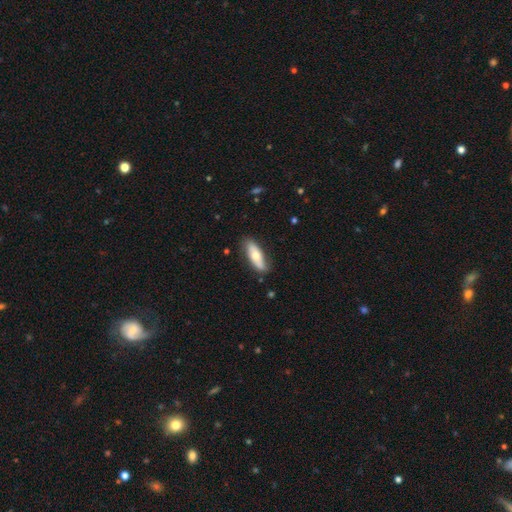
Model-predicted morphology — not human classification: Q: Smooth or featured?
A: smooth (60%); runner-up: featured or disk (34%)
Q: How rounded?
A: in between (60%); runner-up: cigar-shaped (38%)
Q: Merging?
A: none (82%); runner-up: minor disturbance (14%)